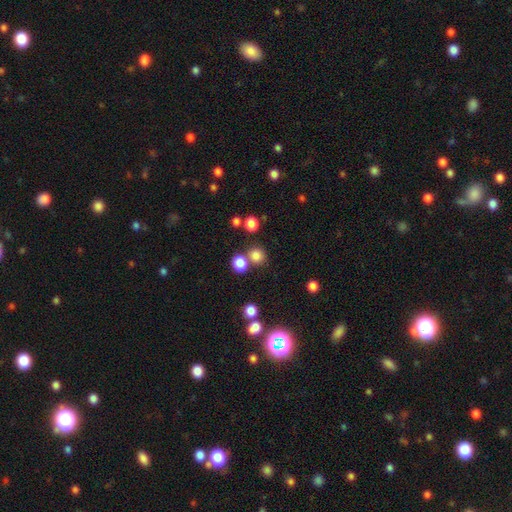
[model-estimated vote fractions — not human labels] Overall: smooth (80%). How rounded: round (84%). Merging: none (66%).